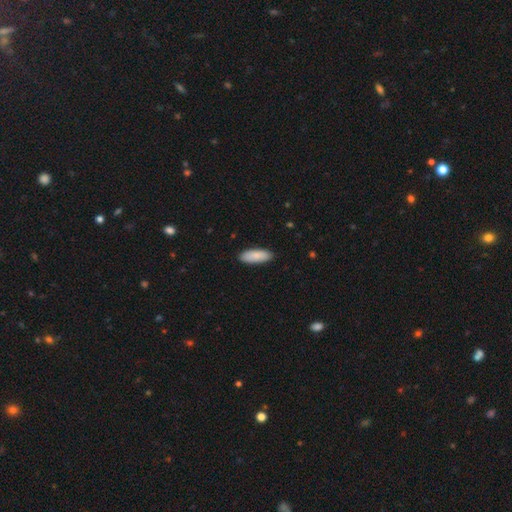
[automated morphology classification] This is clearly a smooth galaxy (88%). How rounded: likely in between (72%). Merging: clearly none (89%).